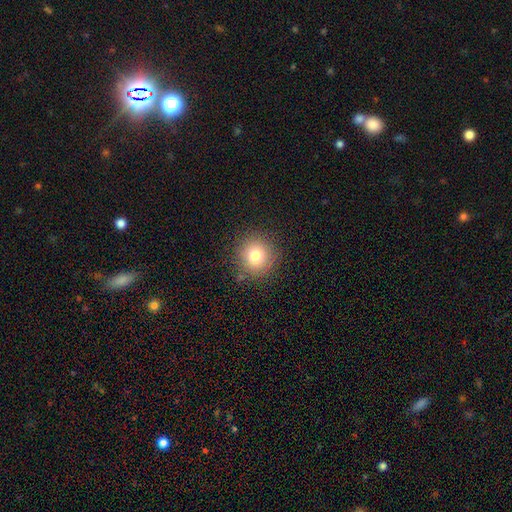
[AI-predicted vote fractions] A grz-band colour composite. It shows a smooth galaxy with no disk features (77%) that is round (92%). Merging: none (86%).